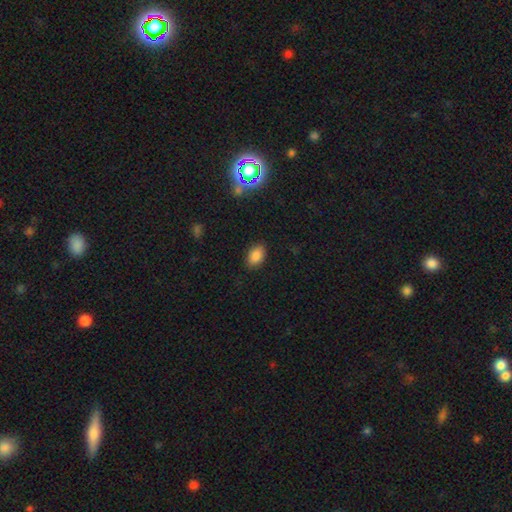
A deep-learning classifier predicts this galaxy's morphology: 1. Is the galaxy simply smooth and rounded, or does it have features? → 85% smooth, 10% star or artifact, 5% featured or disk.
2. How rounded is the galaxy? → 89% in between, 10% round, 1% cigar-shaped.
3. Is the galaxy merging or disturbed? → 86% none, 10% minor disturbance, 3% major disturbance, 1% merger.